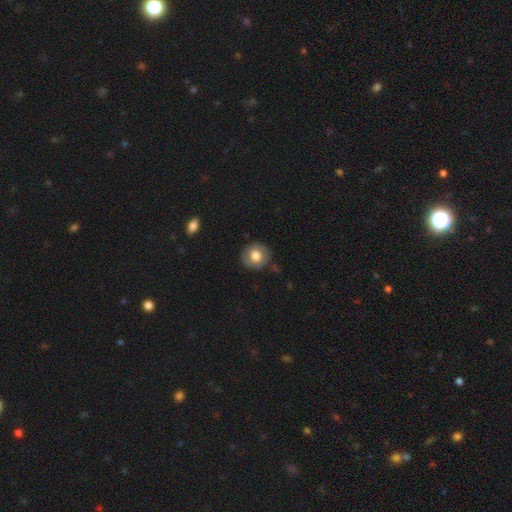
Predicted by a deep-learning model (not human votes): Smooth or featured? Predicted: smooth (p=0.68). How rounded? Predicted: round (p=0.87). Merging? Predicted: none (p=0.83).